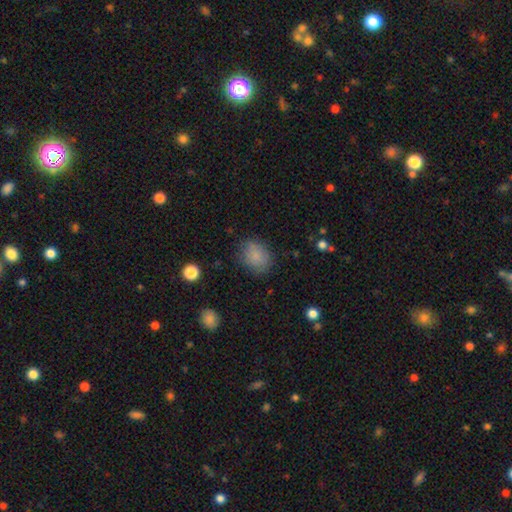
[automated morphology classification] type=smooth (83%); roundness=in between (56%); merging=none (77%).